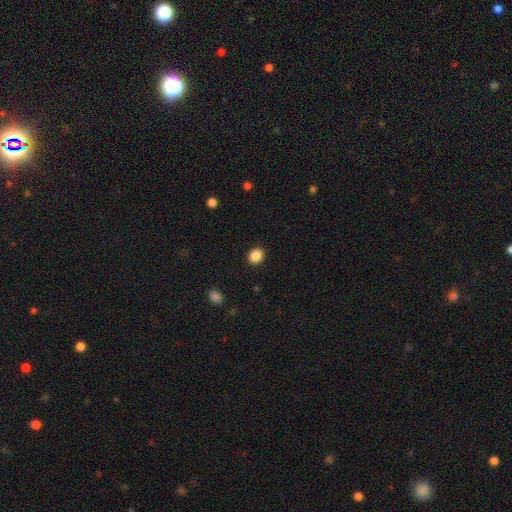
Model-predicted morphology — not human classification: smooth-or-featured: smooth: 88% | star or artifact: 9% | featured or disk: 3%
  how-rounded: round: 63% | in between: 36% | cigar-shaped: 1%
  merging: none: 91% | minor disturbance: 6% | major disturbance: 2% | merger: 1%